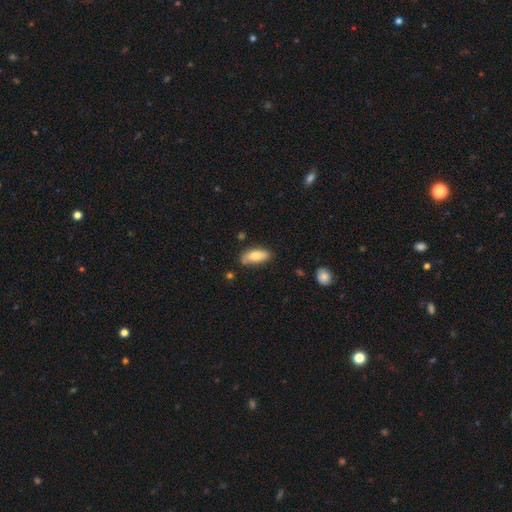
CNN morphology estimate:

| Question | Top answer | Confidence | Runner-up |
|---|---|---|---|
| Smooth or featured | smooth | 80% | featured or disk (14%) |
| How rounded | in between | 82% | cigar-shaped (16%) |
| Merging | none | 76% | minor disturbance (18%) |